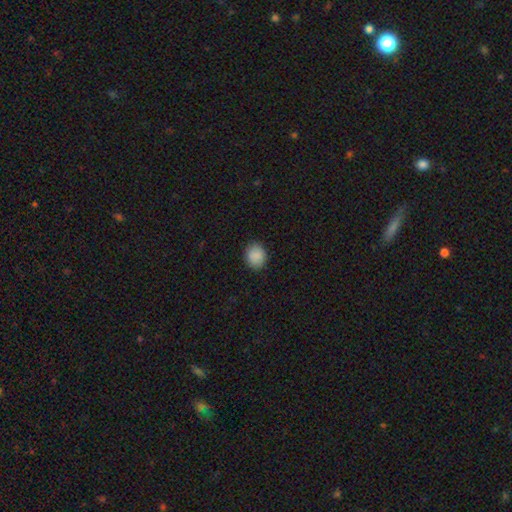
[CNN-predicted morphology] Smooth or featured?
  - smooth: 89% *
  - star or artifact: 8%
  - featured or disk: 3%
How rounded?
  - round: 64% *
  - in between: 35%
  - cigar-shaped: 1%
Merging?
  - none: 88% *
  - minor disturbance: 9%
  - major disturbance: 2%
  - merger: 1%